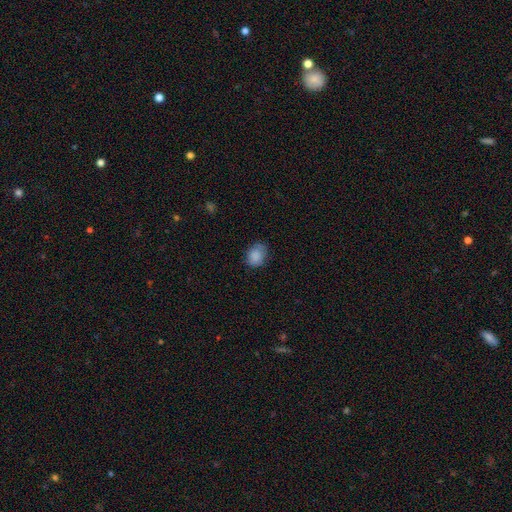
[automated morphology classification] Q: Smooth or featured?
A: smooth (85%); runner-up: star or artifact (9%)
Q: How rounded?
A: in between (57%); runner-up: round (42%)
Q: Merging?
A: none (71%); runner-up: minor disturbance (23%)